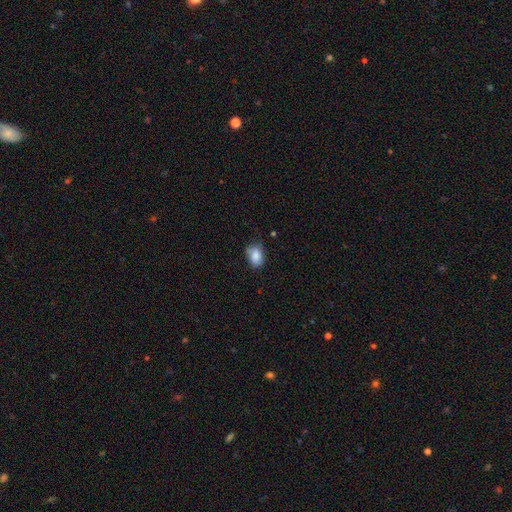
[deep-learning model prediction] Overall: smooth (84%). How rounded: in between (75%). Merging: none (66%; minor disturbance 27%).